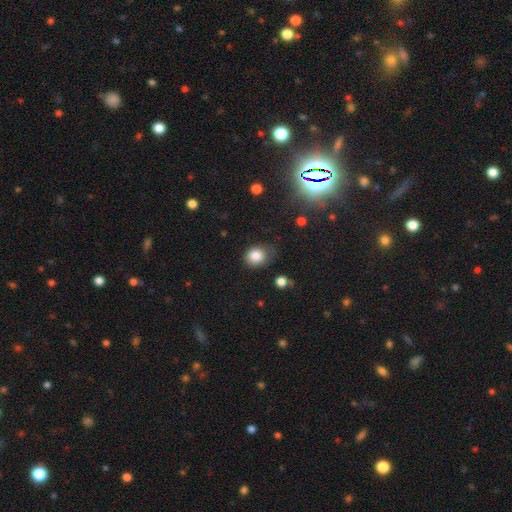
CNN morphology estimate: A smooth galaxy with no disk features (83%) that is round (59%).

Vote fractions:
- Smooth or featured? smooth: 83% / star or artifact: 10% / featured or disk: 7%
- How rounded? round: 59% / in between: 40% / cigar-shaped: 1%
- Merging? none: 61% / minor disturbance: 28% / major disturbance: 8% / merger: 2%